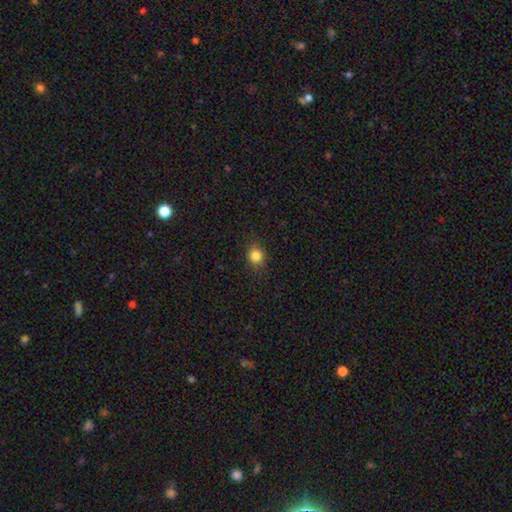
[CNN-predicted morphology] smooth 84%, star or artifact 11%, featured or disk 5%. Down the decision tree: how rounded — round (72%); merging — none (86%).